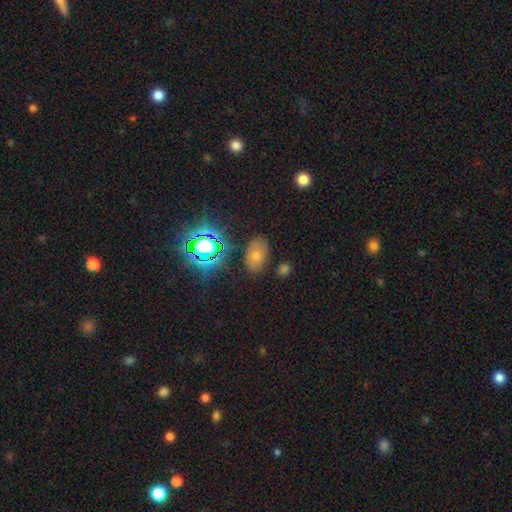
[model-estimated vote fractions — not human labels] Q: Smooth or featured?
A: smooth (49%); runner-up: star or artifact (36%)
Q: Merging?
A: none (80%); runner-up: minor disturbance (13%)